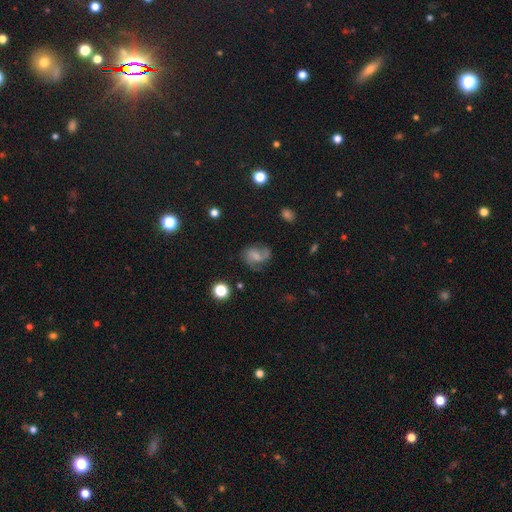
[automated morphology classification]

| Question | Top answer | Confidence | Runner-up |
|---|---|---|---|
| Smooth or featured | featured or disk | 60% | smooth (28%) |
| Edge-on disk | no | 97% | yes (3%) |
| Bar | no | 45% | weak (44%) |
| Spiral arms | yes | 88% | no (12%) |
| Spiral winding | medium | 47% | loose (37%) |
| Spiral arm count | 2 | 74% | 1 (10%) |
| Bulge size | none | 32% | small (31%) |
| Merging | none | 58% | minor disturbance (21%) |